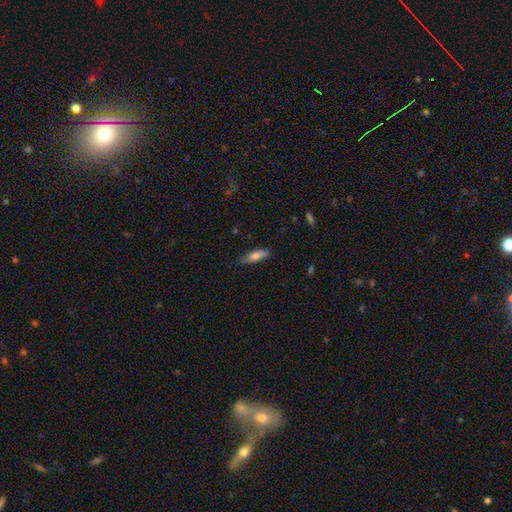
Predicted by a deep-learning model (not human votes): Morphology: type=smooth (72%); roundness=cigar-shaped (57%); merging=none (71%).